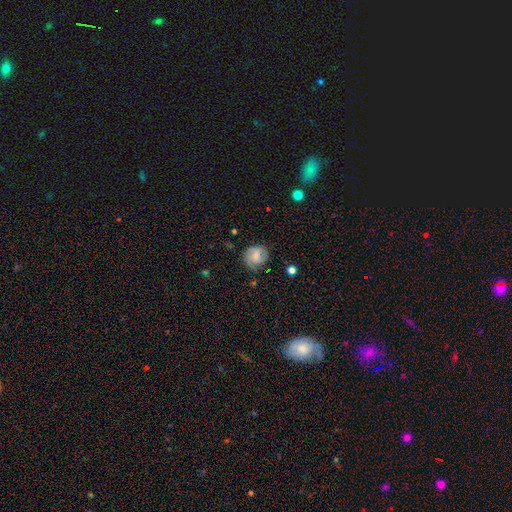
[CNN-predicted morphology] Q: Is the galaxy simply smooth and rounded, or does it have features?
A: smooth — 53%.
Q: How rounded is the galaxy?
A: round — 76%.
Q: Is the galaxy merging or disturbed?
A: none — 72%.